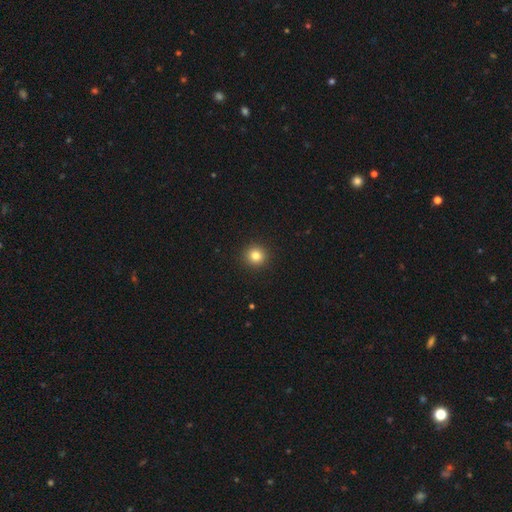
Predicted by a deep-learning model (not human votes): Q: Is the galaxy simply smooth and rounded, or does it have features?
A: smooth — 82%.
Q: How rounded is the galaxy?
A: round — 94%.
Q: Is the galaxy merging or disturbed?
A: none — 93%.